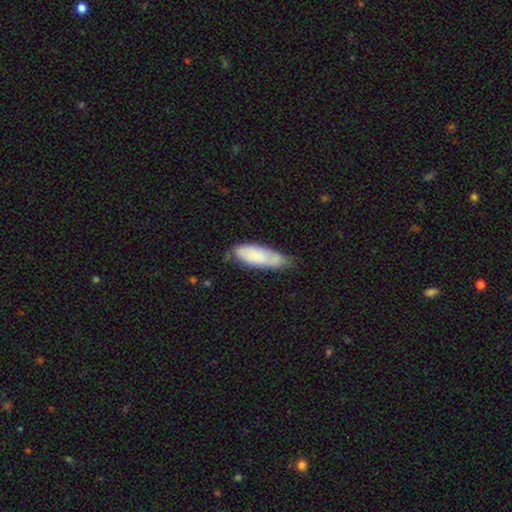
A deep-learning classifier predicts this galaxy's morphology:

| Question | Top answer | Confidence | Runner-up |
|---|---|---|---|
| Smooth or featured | smooth | 73% | featured or disk (21%) |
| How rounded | in between | 68% | cigar-shaped (31%) |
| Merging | none | 51% | minor disturbance (36%) |